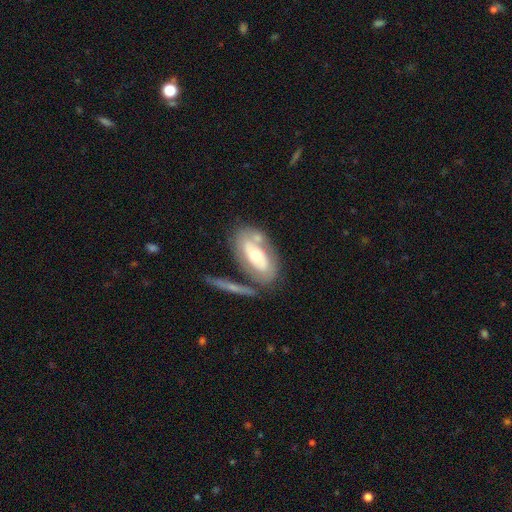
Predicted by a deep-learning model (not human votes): Smooth or featured? Predicted: featured or disk (p=0.60). Edge-on disk? Predicted: no (p=0.87). Bar? Predicted: no (p=0.64). Spiral arms? Predicted: no (p=0.51). Bulge size? Predicted: moderate (p=0.66). Merging? Predicted: none (p=0.54).